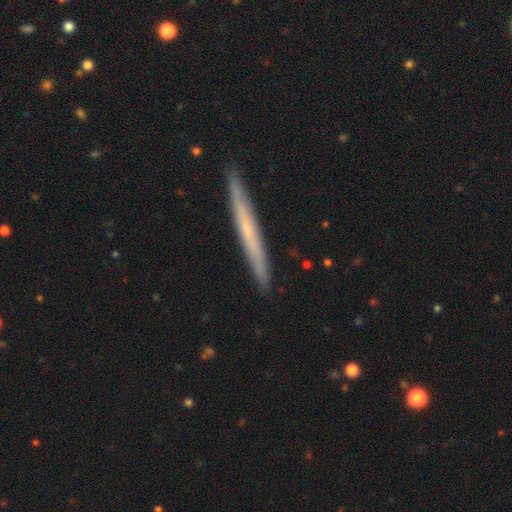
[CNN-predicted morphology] A featured or disk galaxy (50%).

Vote fractions:
- Smooth or featured? featured or disk: 50% / smooth: 44% / star or artifact: 6%
- Merging? none: 92% / minor disturbance: 6% / major disturbance: 1% / merger: 1%